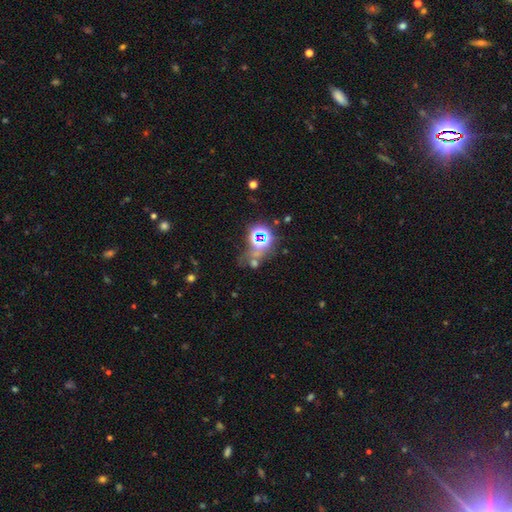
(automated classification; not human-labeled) smooth-or-featured: star or artifact: 66% | smooth: 21% | featured or disk: 13%